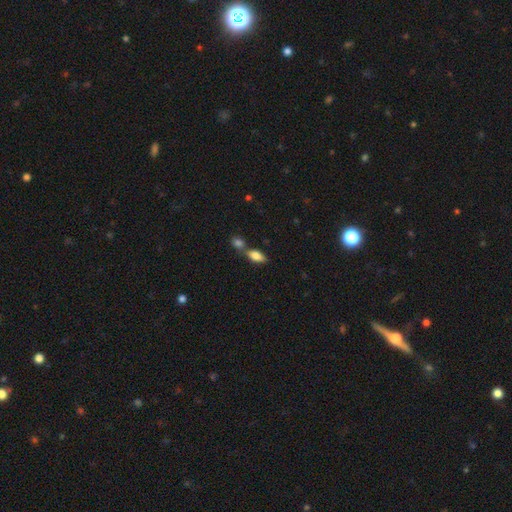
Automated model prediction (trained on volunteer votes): Smooth or featured? Predicted: smooth (p=0.81). How rounded? Predicted: in between (p=0.85). Merging? Predicted: none (p=0.48).